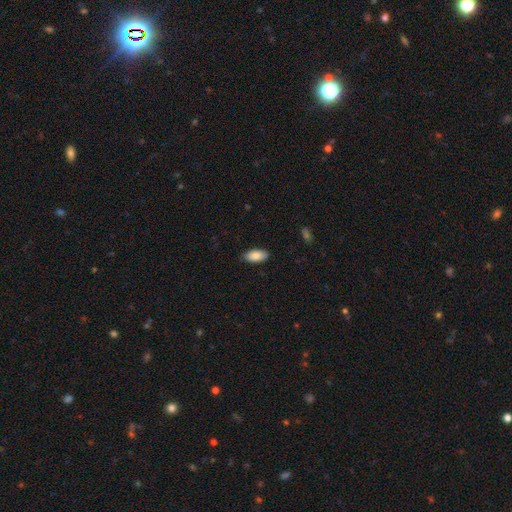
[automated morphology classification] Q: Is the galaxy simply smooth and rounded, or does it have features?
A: smooth — 87%.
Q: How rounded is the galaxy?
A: in between — 92%.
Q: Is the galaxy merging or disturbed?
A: none — 86%.